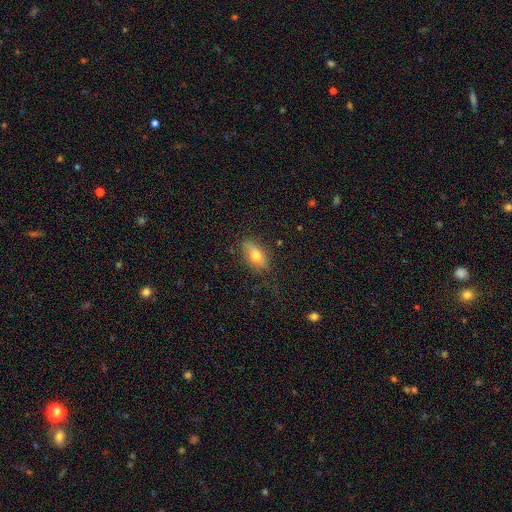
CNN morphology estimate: This is likely a smooth galaxy (68%). How rounded: clearly in between (84%). Merging: likely none (75%).